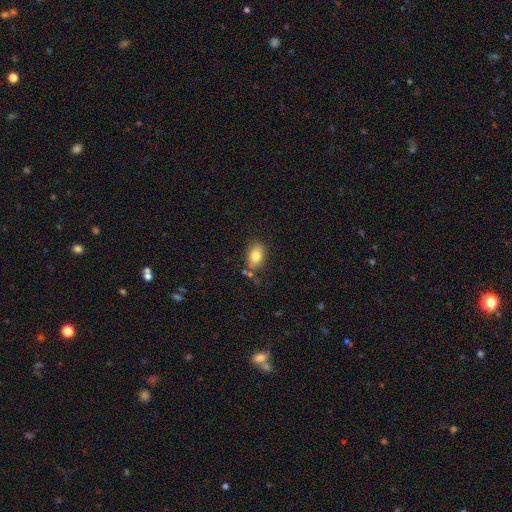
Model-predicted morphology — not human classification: Smooth or featured? Predicted: smooth (p=0.80). How rounded? Predicted: in between (p=0.82). Merging? Predicted: none (p=0.72).